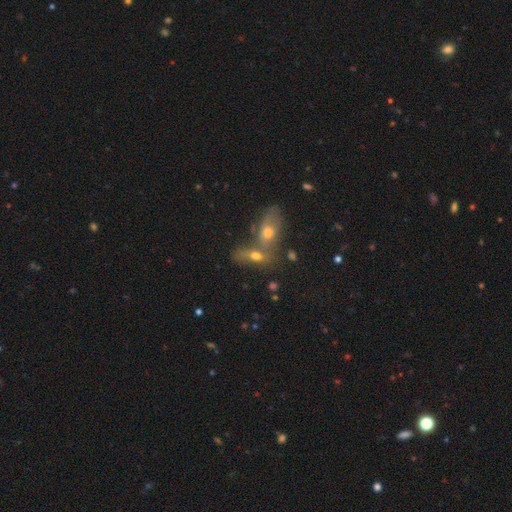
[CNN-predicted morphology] smooth_or_featured: smooth (p=0.63) [alt: featured or disk p=0.25]
how_rounded: in between (p=0.77) [alt: cigar-shaped p=0.12]
merging: merger (p=0.57) [alt: none p=0.28]